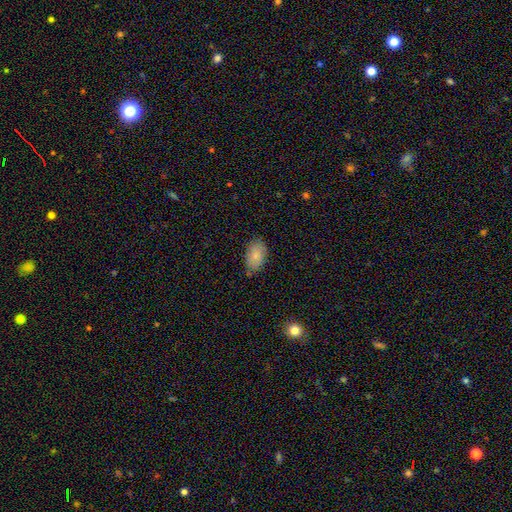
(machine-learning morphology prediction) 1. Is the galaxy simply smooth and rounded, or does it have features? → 83% smooth, 10% featured or disk, 7% star or artifact.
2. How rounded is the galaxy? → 93% in between, 6% round, 2% cigar-shaped.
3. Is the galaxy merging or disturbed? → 79% none, 16% minor disturbance, 3% major disturbance, 2% merger.